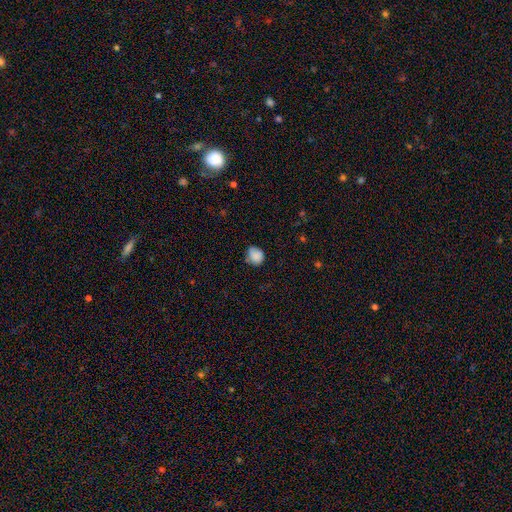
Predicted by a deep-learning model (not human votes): Q: Smooth or featured?
A: smooth (85%); runner-up: star or artifact (9%)
Q: How rounded?
A: round (76%); runner-up: in between (23%)
Q: Merging?
A: none (65%); runner-up: minor disturbance (27%)